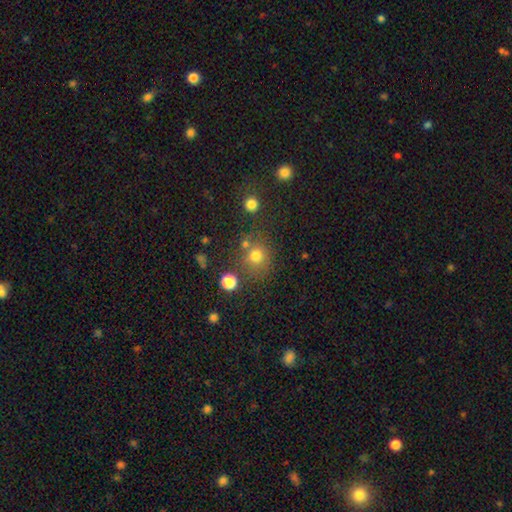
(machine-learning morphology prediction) The model was most divided on "merging": none: 70%, merger: 12%, minor disturbance: 12%, major disturbance: 6%. More confident: how rounded — round (86%); smooth or featured — smooth (75%).